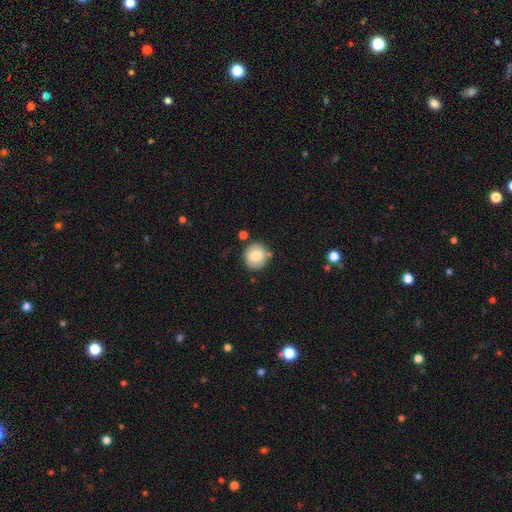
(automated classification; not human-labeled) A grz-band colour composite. It shows a smooth galaxy with no disk features (80%) that is round (85%). Merging: none (80%).